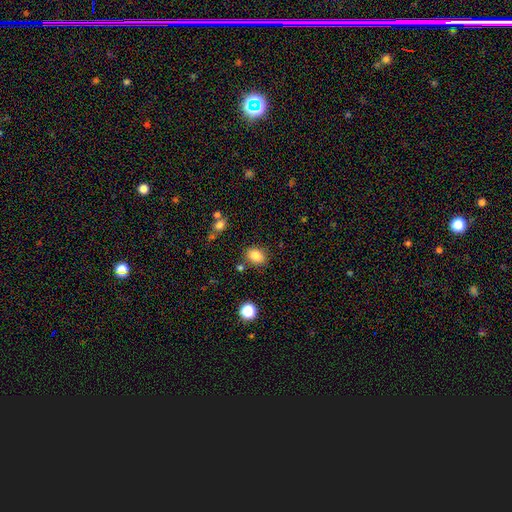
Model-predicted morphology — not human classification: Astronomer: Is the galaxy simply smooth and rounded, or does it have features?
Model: smooth — 85%.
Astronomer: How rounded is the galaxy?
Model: in between — 66%.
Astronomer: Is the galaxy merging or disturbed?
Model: none — 80%.